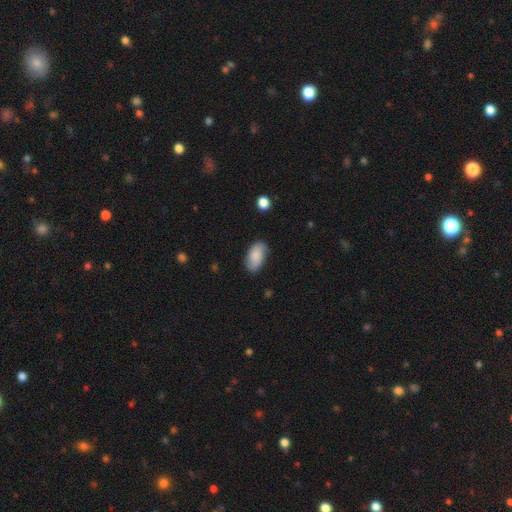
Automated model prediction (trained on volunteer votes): This is clearly a smooth galaxy (82%). How rounded: clearly in between (94%). Merging: likely none (79%).